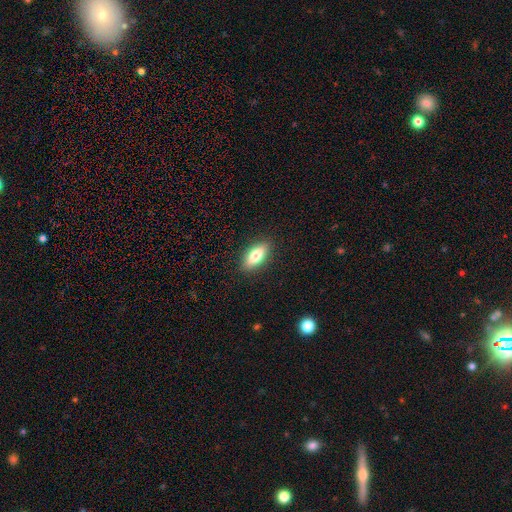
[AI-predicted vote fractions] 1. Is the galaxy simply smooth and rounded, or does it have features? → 75% smooth, 18% featured or disk, 7% star or artifact.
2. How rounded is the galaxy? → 79% in between, 18% cigar-shaped, 3% round.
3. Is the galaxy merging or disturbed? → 88% none, 9% minor disturbance, 2% major disturbance, 1% merger.